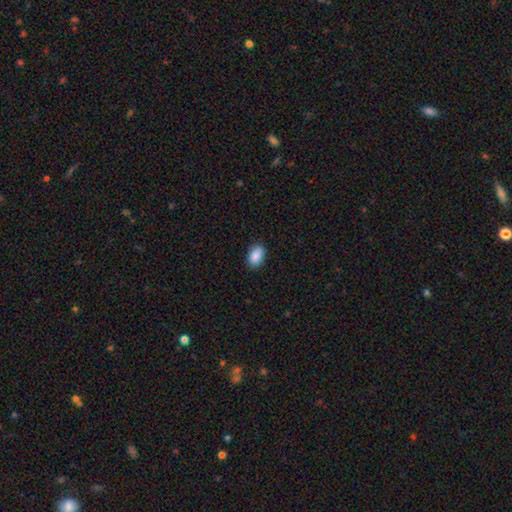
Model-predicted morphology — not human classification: A smooth galaxy with no disk features (89%) that is in between round and cigar-shaped (90%).

Vote fractions:
- Smooth or featured? smooth: 89% / star or artifact: 7% / featured or disk: 4%
- How rounded? in between: 90% / round: 8% / cigar-shaped: 1%
- Merging? none: 88% / minor disturbance: 9% / major disturbance: 2% / merger: 1%